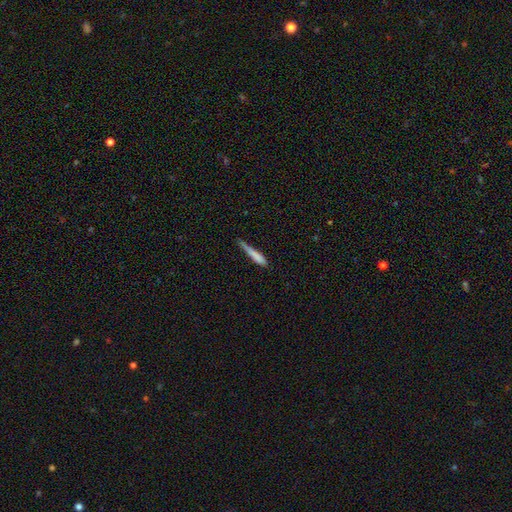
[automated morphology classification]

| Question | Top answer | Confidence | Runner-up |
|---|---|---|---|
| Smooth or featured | smooth | 76% | featured or disk (17%) |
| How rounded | cigar-shaped | 91% | in between (7%) |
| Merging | none | 51% | minor disturbance (34%) |